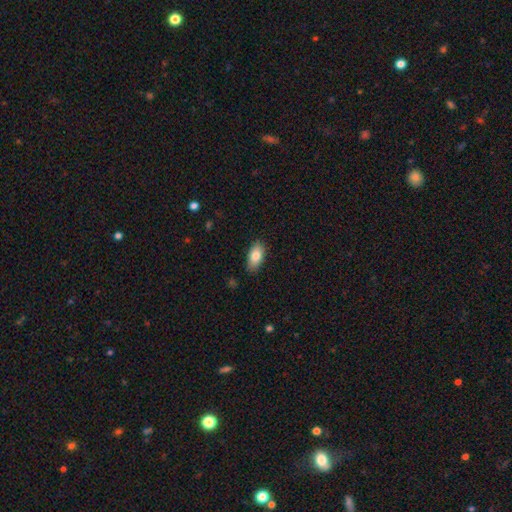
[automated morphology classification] A smooth galaxy with no disk features (82%) that is in between round and cigar-shaped (91%).

Vote fractions:
- Smooth or featured? smooth: 82% / featured or disk: 11% / star or artifact: 7%
- How rounded? in between: 91% / cigar-shaped: 6% / round: 4%
- Merging? none: 86% / minor disturbance: 11% / major disturbance: 2% / merger: 1%